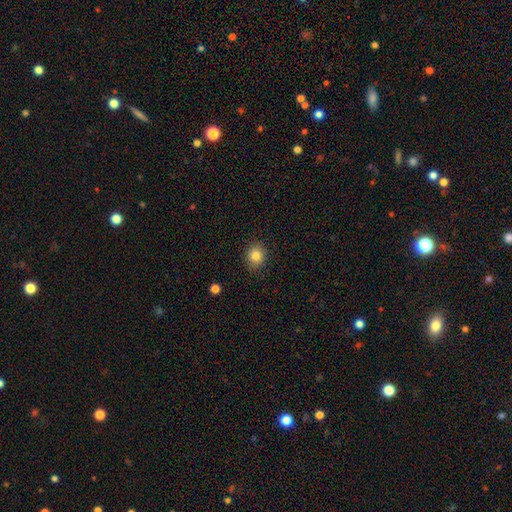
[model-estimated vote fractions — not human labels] A smooth galaxy with no disk features (82%) that is round (70%). Merging: none (88%).